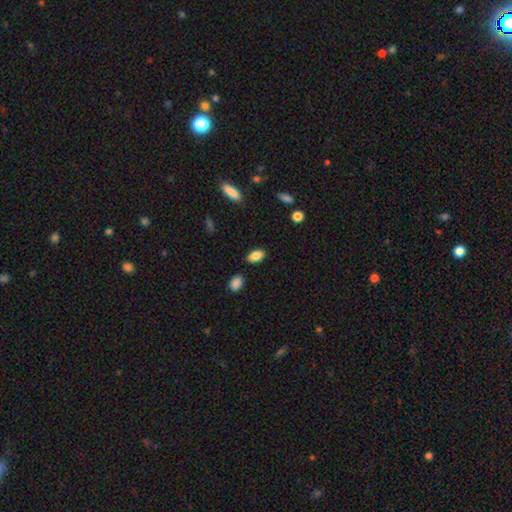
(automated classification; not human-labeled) Smooth or featured? smooth (85%)
How rounded? in between (92%)
Merging? none (85%)